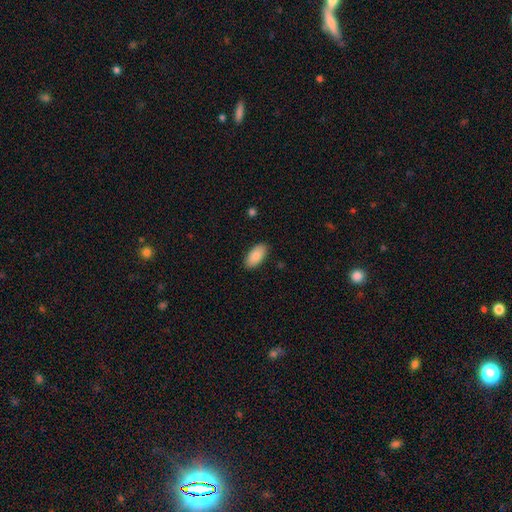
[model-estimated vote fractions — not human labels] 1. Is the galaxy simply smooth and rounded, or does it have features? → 87% smooth, 7% featured or disk, 6% star or artifact.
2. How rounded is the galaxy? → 93% in between, 5% cigar-shaped, 2% round.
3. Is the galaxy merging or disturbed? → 88% none, 9% minor disturbance, 2% major disturbance, 1% merger.